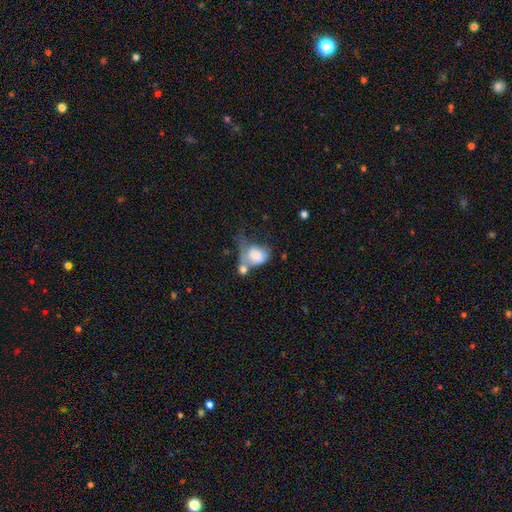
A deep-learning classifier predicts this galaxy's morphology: The model was most divided on "merging": merger: 36%, major disturbance: 33%, minor disturbance: 17%, none: 15%. More confident: smooth or featured — smooth (71%); how rounded — in between (64%).